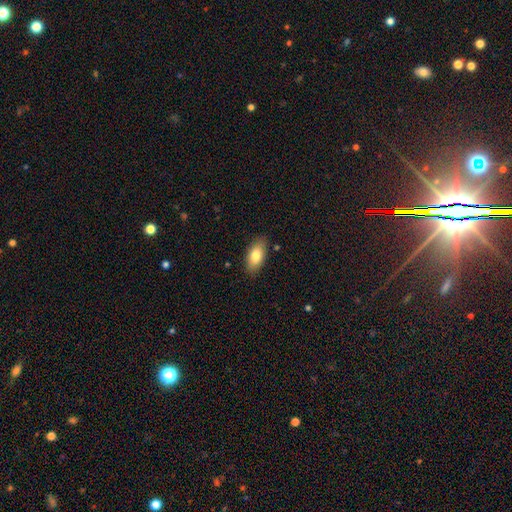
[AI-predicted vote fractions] smooth_or_featured: smooth (p=0.80) [alt: featured or disk p=0.13]
how_rounded: in between (p=0.90) [alt: cigar-shaped p=0.07]
merging: none (p=0.86) [alt: minor disturbance p=0.11]